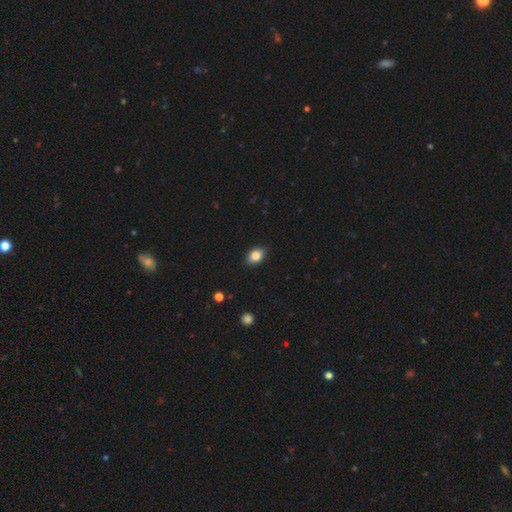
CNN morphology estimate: Overall: smooth (83%). How rounded: in between (80%). Merging: none (86%).